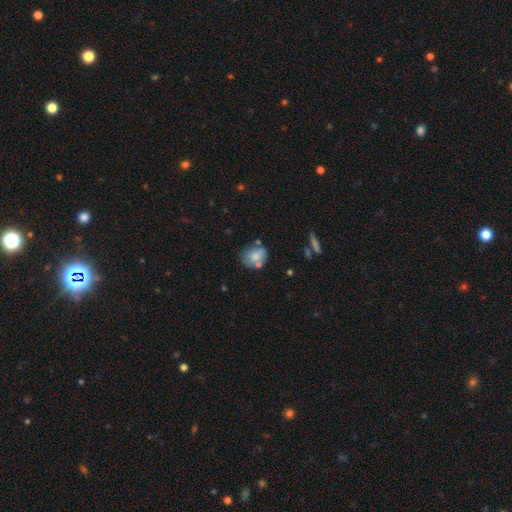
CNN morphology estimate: This appears to be a smooth galaxy with no disk features (73%) that is round (56%). Merging: none (58%).